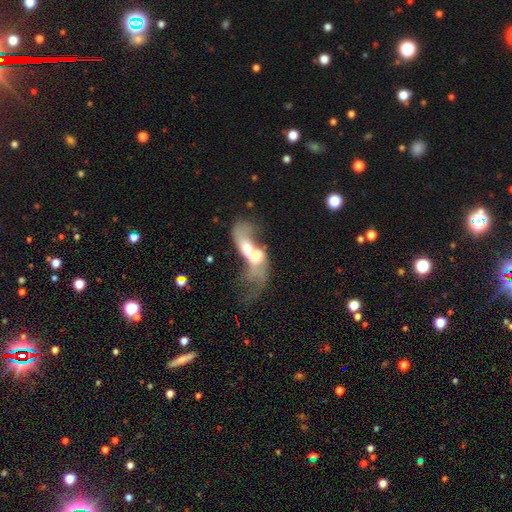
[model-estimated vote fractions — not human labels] Smooth or featured?
  - featured or disk: 53% *
  - smooth: 39%
  - star or artifact: 9%
Edge-on disk?
  - no: 90% *
  - yes: 10%
Merging?
  - merger: 76% *
  - major disturbance: 16%
  - none: 5%
  - minor disturbance: 4%